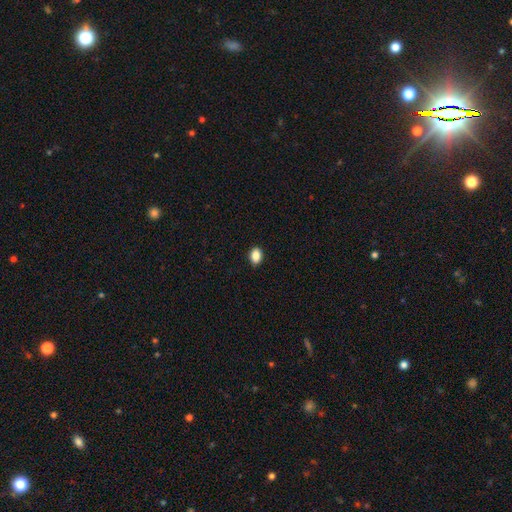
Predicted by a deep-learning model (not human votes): smooth_or_featured: smooth (p=0.87) [alt: star or artifact p=0.09]
how_rounded: in between (p=0.78) [alt: round p=0.21]
merging: none (p=0.90) [alt: minor disturbance p=0.08]